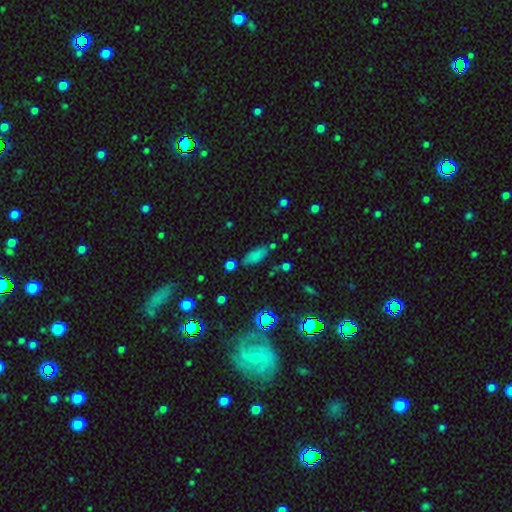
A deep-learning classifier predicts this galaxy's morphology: smooth 74%, star or artifact 18%, featured or disk 9%. Down the decision tree: how rounded — in between (78%); merging — none (67%).